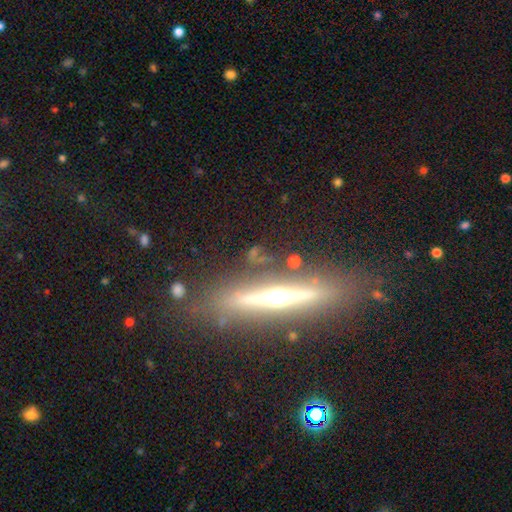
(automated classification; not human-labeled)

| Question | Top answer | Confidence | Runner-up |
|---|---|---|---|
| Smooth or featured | featured or disk | 69% | smooth (19%) |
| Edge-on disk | yes | 86% | no (14%) |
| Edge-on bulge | rounded | 92% | boxy (5%) |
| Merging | none | 77% | minor disturbance (12%) |